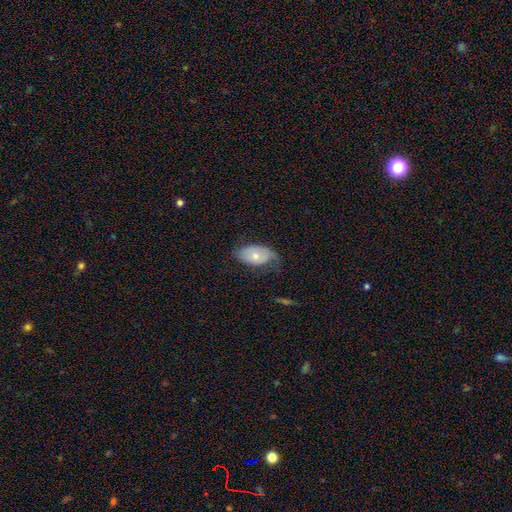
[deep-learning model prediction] smooth-or-featured: smooth: 61% | featured or disk: 33% | star or artifact: 7%
  how-rounded: in between: 92% | round: 6% | cigar-shaped: 2%
  merging: none: 48% | minor disturbance: 32% | major disturbance: 18% | merger: 2%